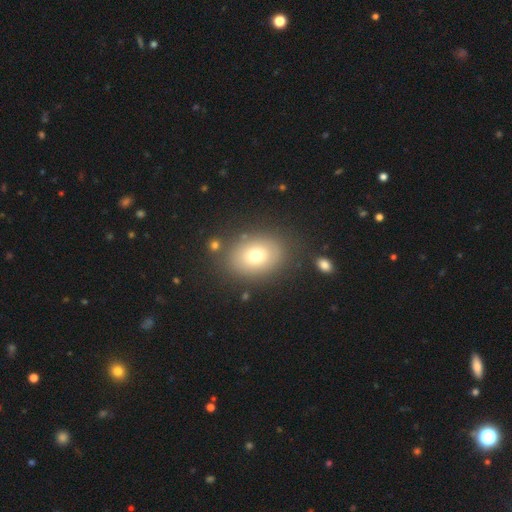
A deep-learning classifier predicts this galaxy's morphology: type=smooth (72%); roundness=in between (71%); merging=none (82%).